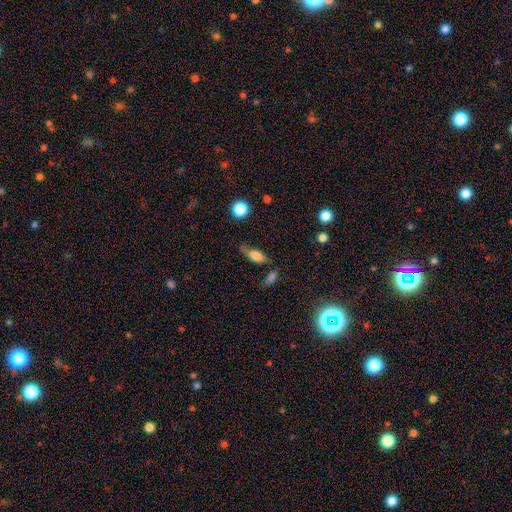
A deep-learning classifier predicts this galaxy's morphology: smooth 67%, featured or disk 23%, star or artifact 10%. Down the decision tree: how rounded — in between (71%); merging — none (52%).